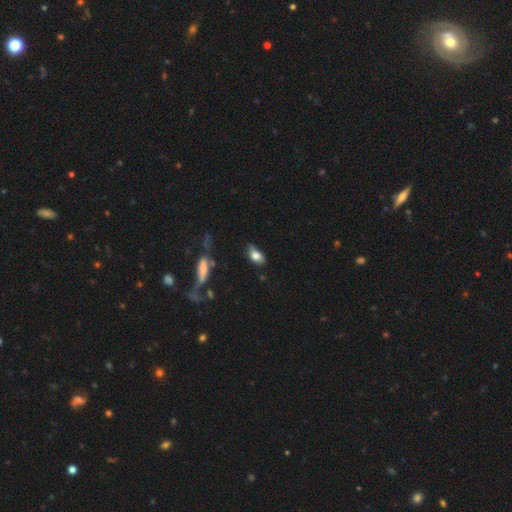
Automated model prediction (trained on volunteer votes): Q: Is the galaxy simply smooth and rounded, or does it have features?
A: smooth — 75%.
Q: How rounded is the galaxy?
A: in between — 87%.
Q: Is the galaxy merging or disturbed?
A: none — 46%.